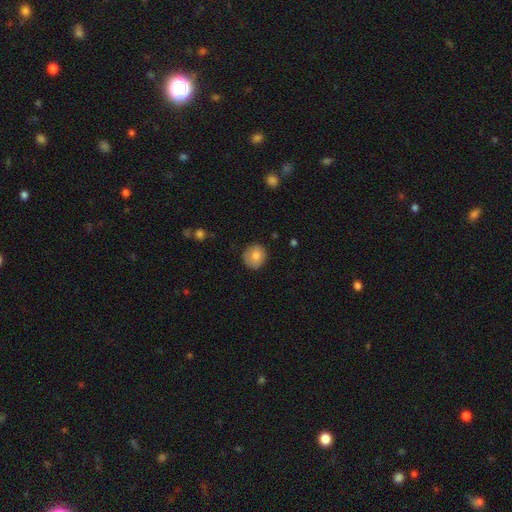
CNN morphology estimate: type=smooth (78%); roundness=round (87%); merging=none (85%).